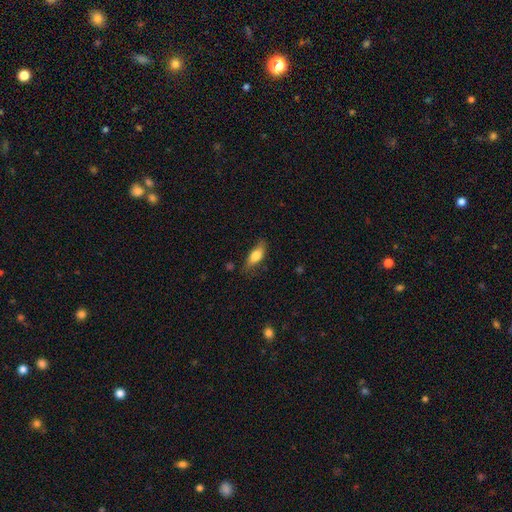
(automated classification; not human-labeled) Overall: smooth (73%). How rounded: in between (75%). Merging: none (71%).